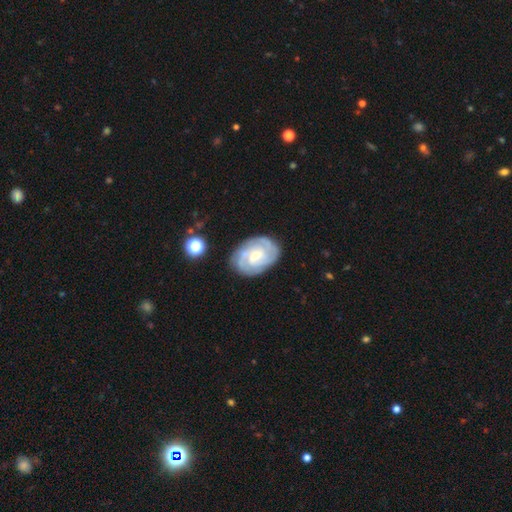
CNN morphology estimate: This appears to be a featured or disk galaxy (79%) with no bar (48%), tight (61%) spiral arms (93%) and a small central bulge (50%). Merging: none (77%).